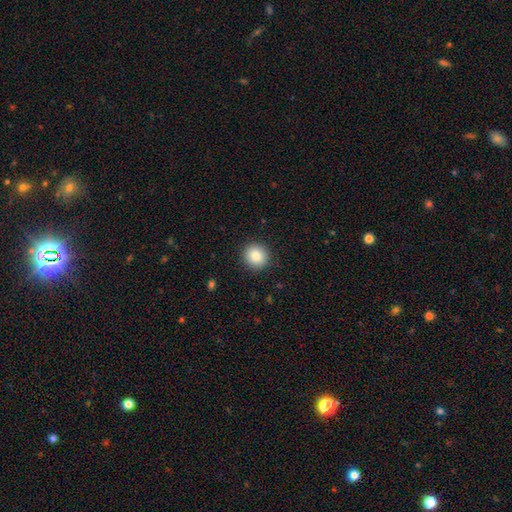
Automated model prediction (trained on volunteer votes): Smooth or featured: smooth — 85% (star or artifact — 9%)
How rounded: round — 91% (in between — 8%)
Merging: none — 91% (minor disturbance — 6%)